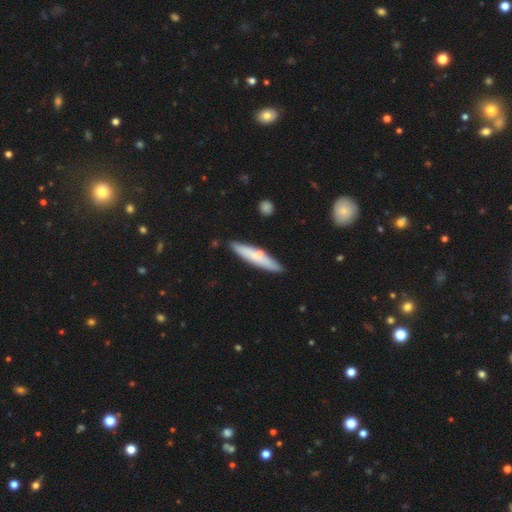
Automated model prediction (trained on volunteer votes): smooth 58%, featured or disk 36%, star or artifact 6%. Down the decision tree: how rounded — cigar-shaped (86%); merging — none (83%).